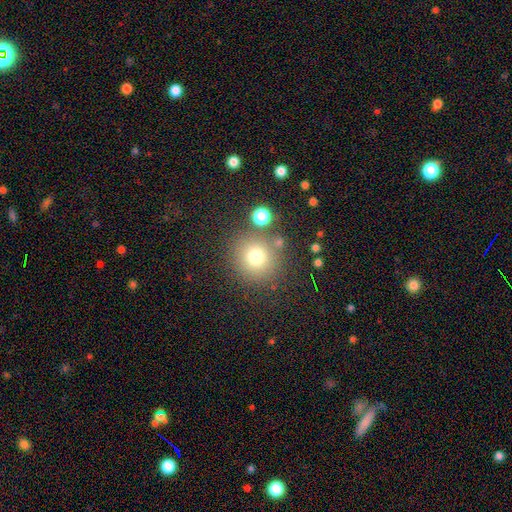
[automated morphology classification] Smooth or featured: smooth — 74% (star or artifact — 16%)
How rounded: round — 92% (in between — 7%)
Merging: none — 79% (minor disturbance — 9%)